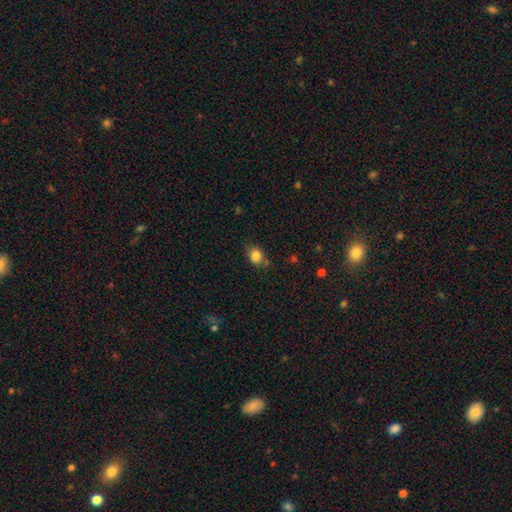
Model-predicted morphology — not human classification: smooth_or_featured: smooth (p=0.84) [alt: star or artifact p=0.10]
how_rounded: round (p=0.52) [alt: in between p=0.47]
merging: none (p=0.70) [alt: minor disturbance p=0.20]